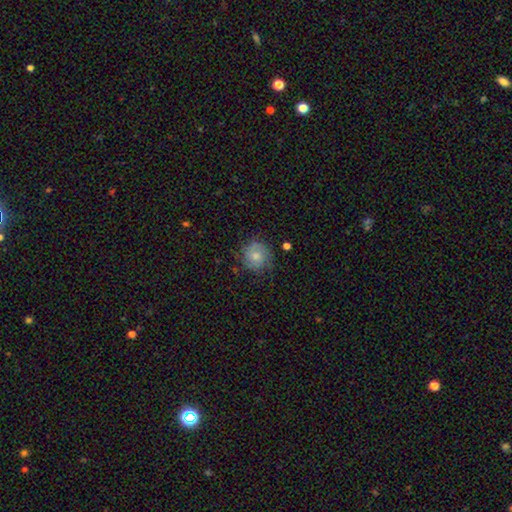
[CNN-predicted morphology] This is possibly a smooth galaxy (48%). Merging: likely none (69%).